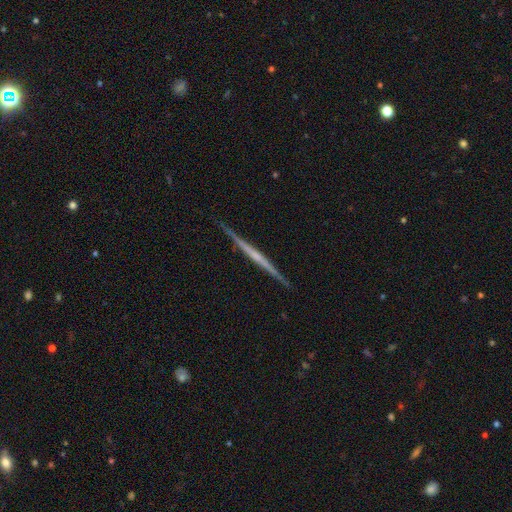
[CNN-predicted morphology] Smooth or featured?
  - featured or disk: 74% *
  - smooth: 21%
  - star or artifact: 5%
Edge-on disk?
  - yes: 98% *
  - no: 2%
Edge-on bulge?
  - none: 69% *
  - rounded: 22%
  - boxy: 9%
Merging?
  - none: 90% *
  - minor disturbance: 7%
  - major disturbance: 1%
  - merger: 1%